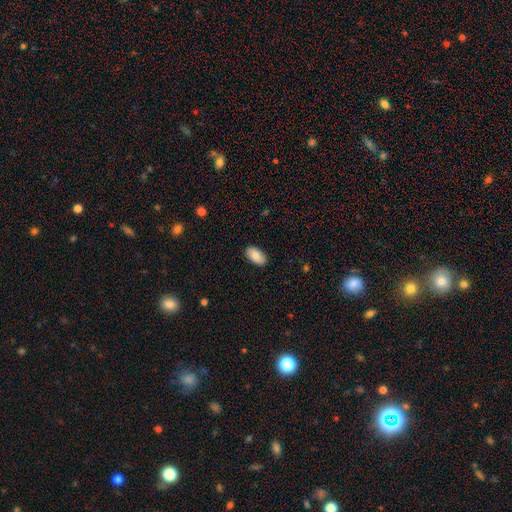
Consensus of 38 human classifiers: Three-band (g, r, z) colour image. It shows a smooth galaxy with no disk features (89%) that is in between round and cigar-shaped (100%). Merging: none (84%).